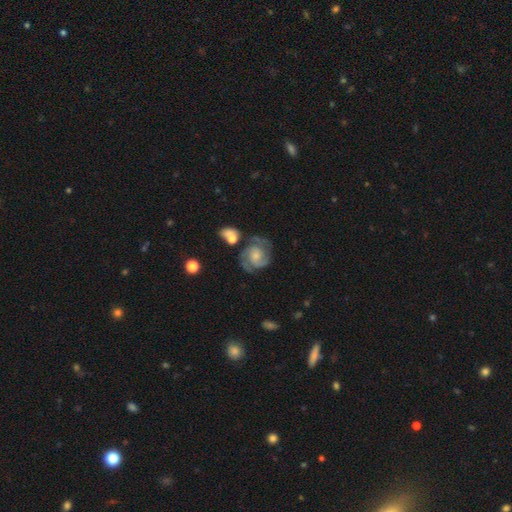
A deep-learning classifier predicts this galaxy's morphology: Smooth or featured: featured or disk — 81% (smooth — 13%)
Edge-on disk: no — 98% (yes — 2%)
Bar: no — 63% (weak — 31%)
Spiral arms: yes — 96% (no — 4%)
Spiral winding: tight — 46% (medium — 43%)
Spiral arm count: 2 — 70% (3 — 12%)
Bulge size: small — 45% (moderate — 35%)
Merging: none — 62% (minor disturbance — 19%)